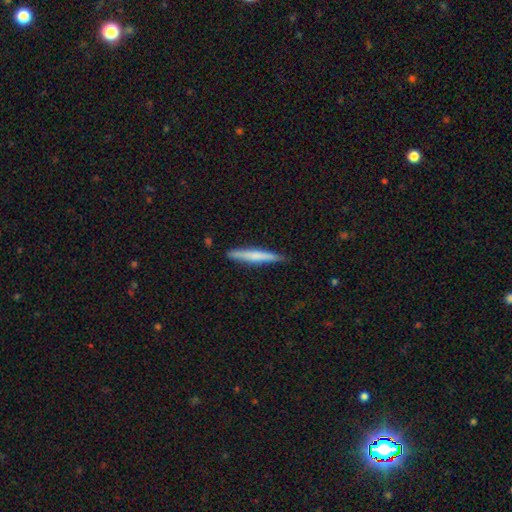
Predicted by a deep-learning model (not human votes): Smooth or featured: smooth — 57% (featured or disk — 38%)
How rounded: cigar-shaped — 95% (in between — 4%)
Merging: none — 88% (minor disturbance — 9%)